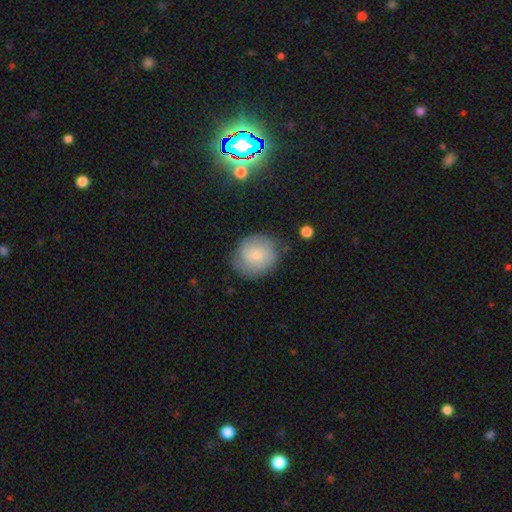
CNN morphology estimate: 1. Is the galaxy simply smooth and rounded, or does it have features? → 65% smooth, 27% featured or disk, 8% star or artifact.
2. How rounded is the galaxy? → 84% round, 15% in between, 1% cigar-shaped.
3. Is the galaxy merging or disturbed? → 72% none, 20% minor disturbance, 6% major disturbance, 2% merger.